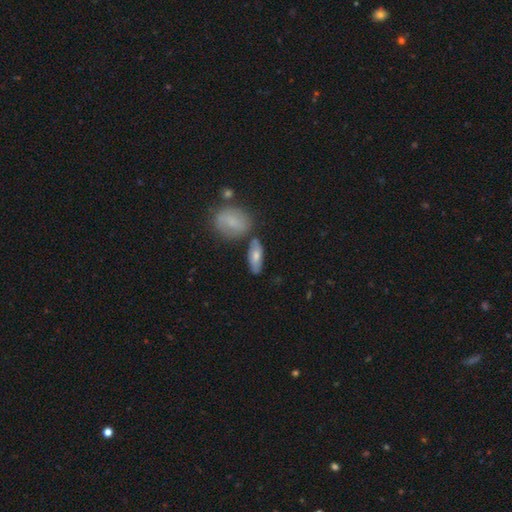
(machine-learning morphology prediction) Q: Smooth or featured?
A: smooth (67%); runner-up: featured or disk (26%)
Q: How rounded?
A: in between (74%); runner-up: cigar-shaped (21%)
Q: Merging?
A: none (67%); runner-up: minor disturbance (15%)